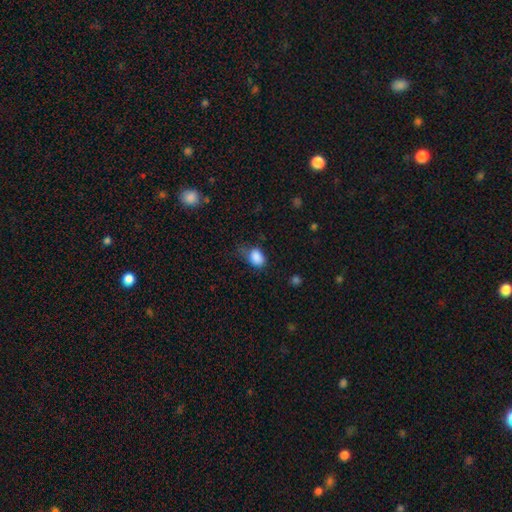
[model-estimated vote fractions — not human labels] This is clearly a smooth galaxy (86%). How rounded: likely in between (73%). Merging: possibly none (47%).